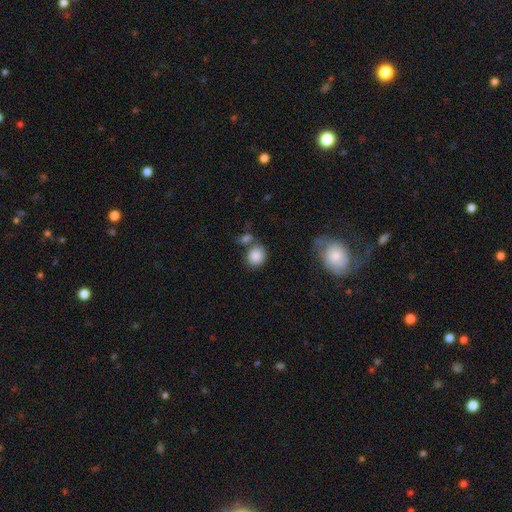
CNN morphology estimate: Smooth or featured: smooth — 86% (star or artifact — 8%)
How rounded: round — 75% (in between — 24%)
Merging: none — 57% (merger — 23%)